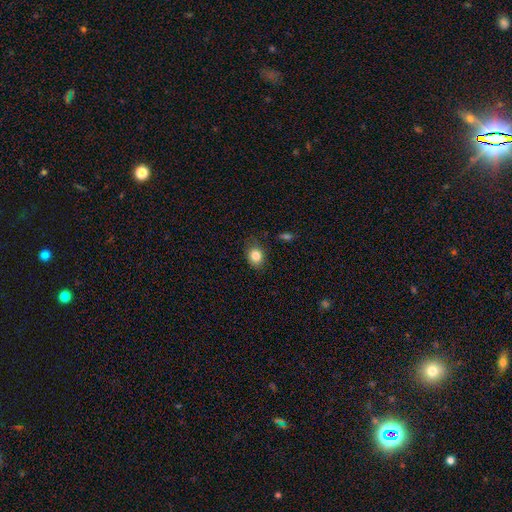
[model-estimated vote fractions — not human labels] This appears to be a smooth galaxy with no disk features (83%) that is round (50%). Merging: none (80%).